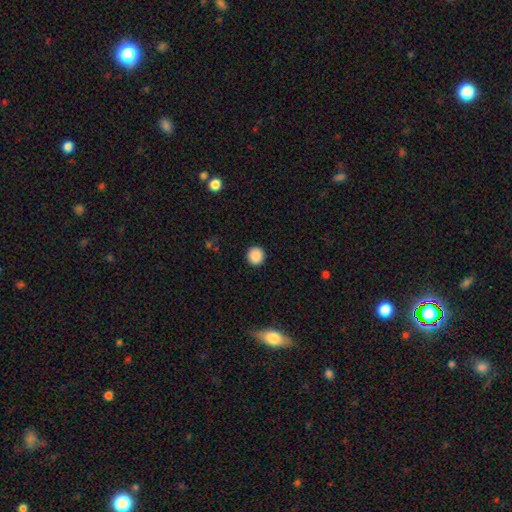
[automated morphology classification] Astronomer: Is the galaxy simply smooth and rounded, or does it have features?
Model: smooth — 88%.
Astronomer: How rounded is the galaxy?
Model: round — 95%.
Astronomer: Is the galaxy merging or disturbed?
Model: none — 93%.